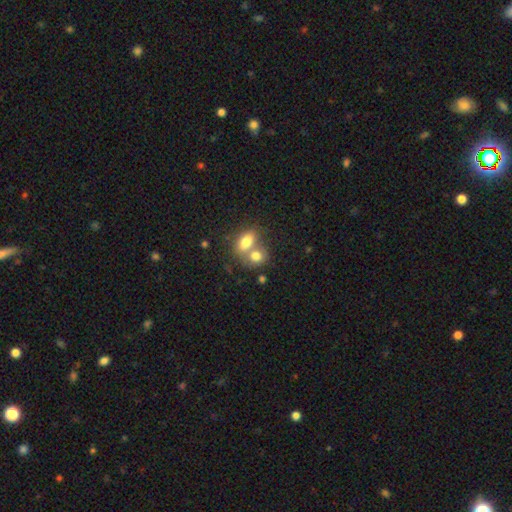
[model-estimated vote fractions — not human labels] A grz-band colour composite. It shows a smooth galaxy with no disk features (76%) that is in between round and cigar-shaped (64%). Merging: merger (64%).